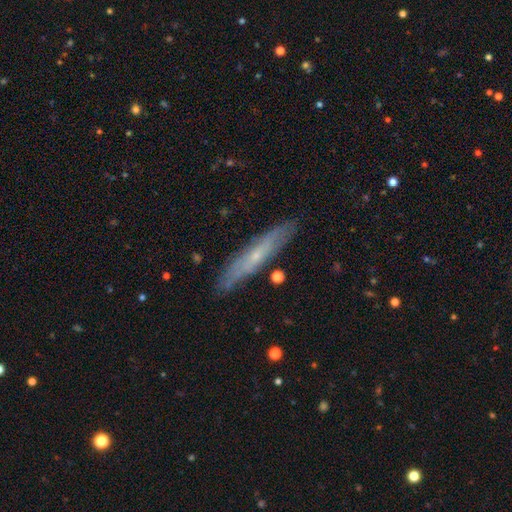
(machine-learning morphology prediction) This is possibly a featured or disk galaxy (55%). It is likely viewed edge-on (71%). Merging: clearly none (85%).